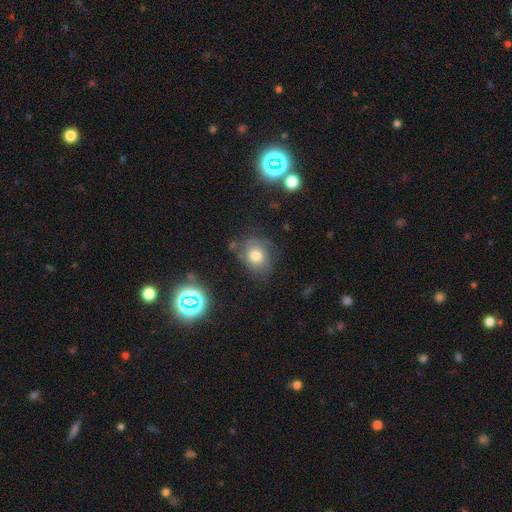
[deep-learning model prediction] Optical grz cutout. It shows a smooth galaxy with no disk features (59%) that is round (63%). Merging: none (63%).